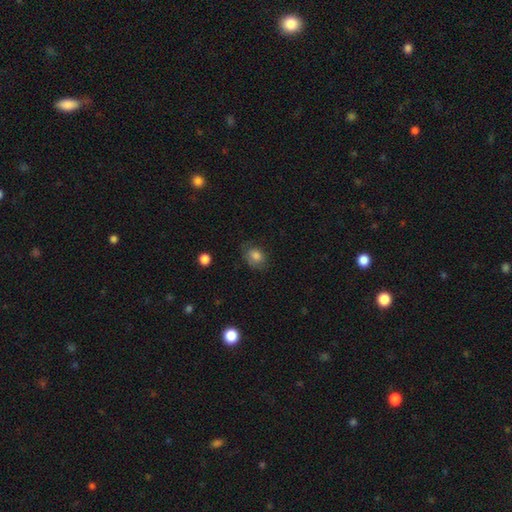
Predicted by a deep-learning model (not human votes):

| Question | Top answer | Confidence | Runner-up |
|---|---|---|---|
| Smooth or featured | smooth | 79% | featured or disk (11%) |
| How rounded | in between | 60% | round (39%) |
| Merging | none | 67% | minor disturbance (24%) |